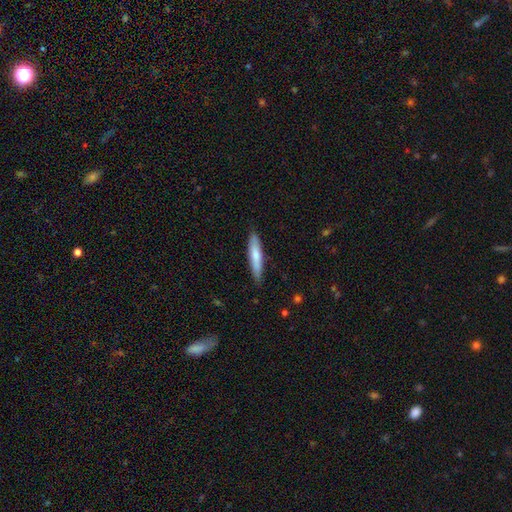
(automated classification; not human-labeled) This is likely a smooth galaxy (70%). How rounded: clearly cigar-shaped (86%). Merging: clearly none (85%).